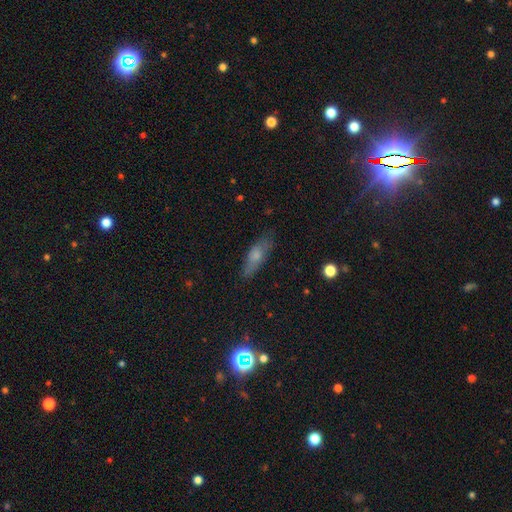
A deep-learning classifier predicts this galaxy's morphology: Smooth or featured: smooth — 66% (featured or disk — 26%)
How rounded: in between — 52% (cigar-shaped — 45%)
Merging: none — 75% (minor disturbance — 18%)